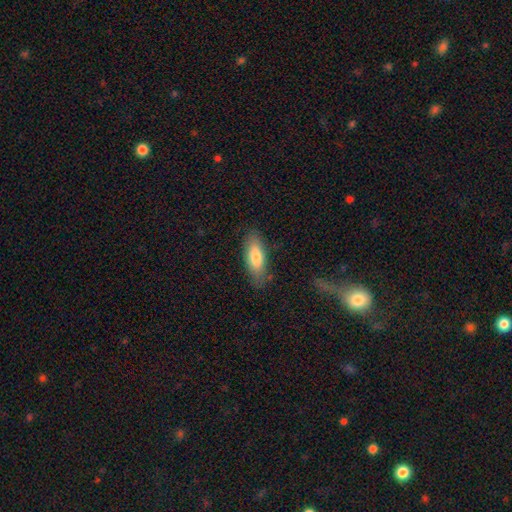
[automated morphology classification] smooth_or_featured: smooth (p=0.77) [alt: featured or disk p=0.17]
how_rounded: in between (p=0.67) [alt: cigar-shaped p=0.31]
merging: none (p=0.81) [alt: minor disturbance p=0.14]